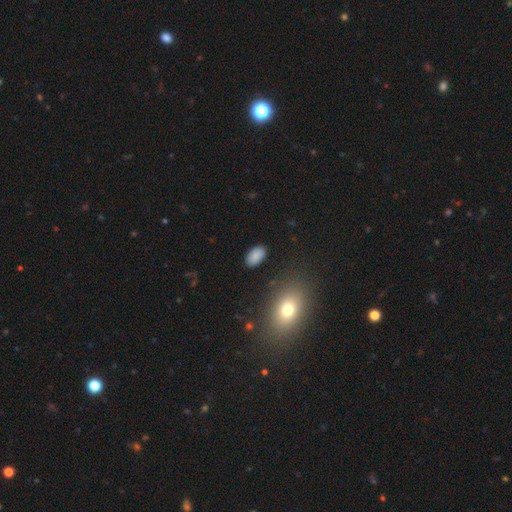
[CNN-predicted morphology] type=smooth (86%); roundness=in between (94%); merging=none (85%).